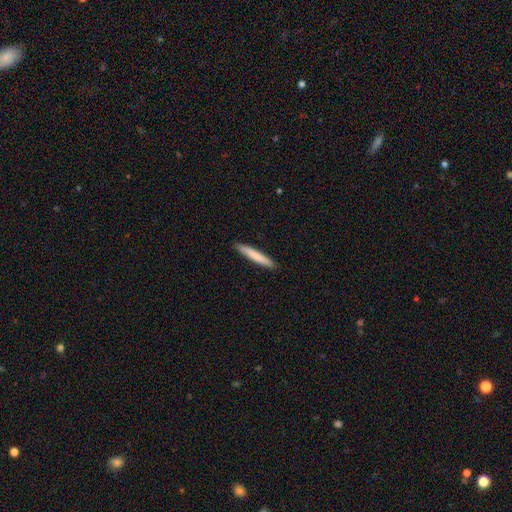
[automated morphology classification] Q: Smooth or featured?
A: smooth (79%); runner-up: featured or disk (16%)
Q: How rounded?
A: cigar-shaped (94%); runner-up: in between (5%)
Q: Merging?
A: none (91%); runner-up: minor disturbance (7%)